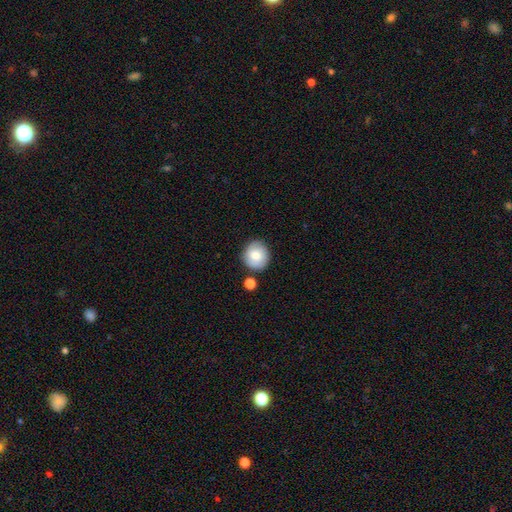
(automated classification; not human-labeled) smooth_or_featured: smooth (p=0.77) [alt: featured or disk p=0.16]
how_rounded: round (p=0.85) [alt: in between p=0.14]
merging: none (p=0.79) [alt: minor disturbance p=0.12]